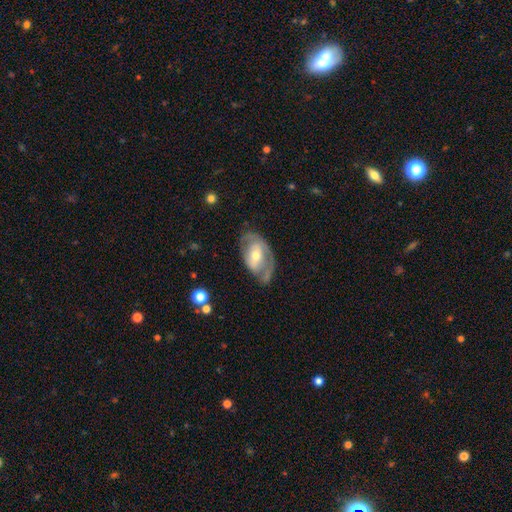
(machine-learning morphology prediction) type=featured or disk (63%); edge-on=no (93%); bar=no (43%); spiral arms=yes (59%); bulge=moderate (55%); merging=none (52%).